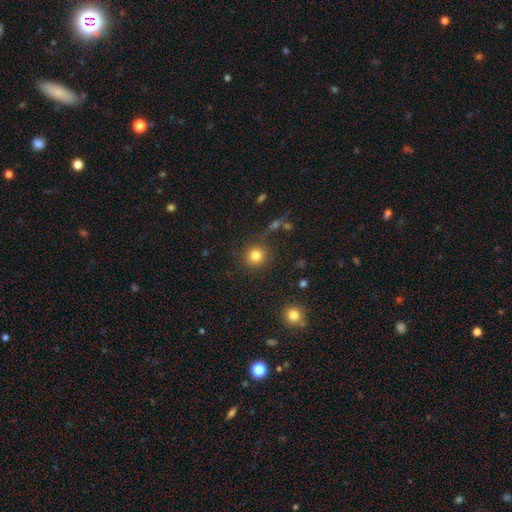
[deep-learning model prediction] Smooth or featured?
  - smooth: 82% *
  - star or artifact: 12%
  - featured or disk: 6%
How rounded?
  - round: 93% *
  - in between: 6%
  - cigar-shaped: 1%
Merging?
  - none: 86% *
  - minor disturbance: 8%
  - major disturbance: 3%
  - merger: 3%